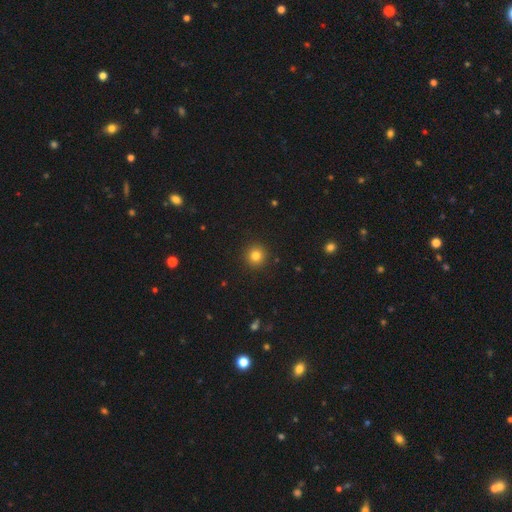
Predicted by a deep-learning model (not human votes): smooth-or-featured: smooth: 81% | star or artifact: 13% | featured or disk: 6%
  how-rounded: round: 94% | in between: 5% | cigar-shaped: 1%
  merging: none: 93% | minor disturbance: 5% | major disturbance: 2% | merger: 1%